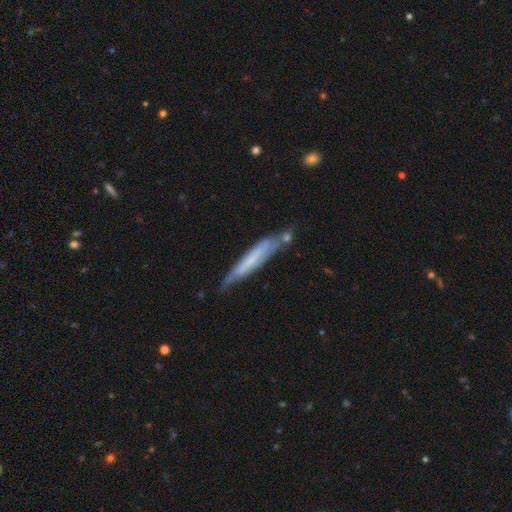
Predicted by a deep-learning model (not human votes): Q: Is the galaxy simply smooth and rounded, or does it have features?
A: featured or disk — 47%.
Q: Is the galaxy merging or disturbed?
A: none — 64%.